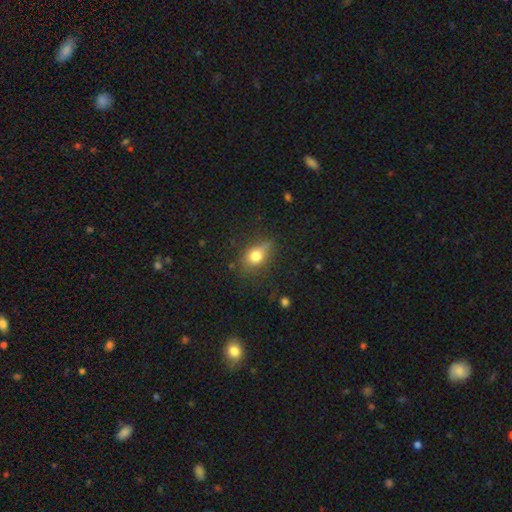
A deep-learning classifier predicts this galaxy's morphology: A smooth galaxy with no disk features (72%) that is in between round and cigar-shaped (70%).

Vote fractions:
- Smooth or featured? smooth: 72% / featured or disk: 17% / star or artifact: 11%
- How rounded? in between: 70% / round: 24% / cigar-shaped: 6%
- Merging? none: 61% / minor disturbance: 27% / major disturbance: 10% / merger: 2%